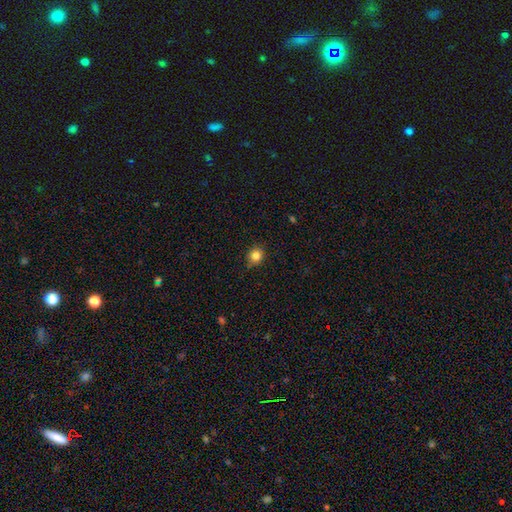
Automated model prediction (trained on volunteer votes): Smooth or featured?
  - smooth: 82% *
  - star or artifact: 11%
  - featured or disk: 6%
How rounded?
  - round: 79% *
  - in between: 20%
  - cigar-shaped: 1%
Merging?
  - none: 84% *
  - minor disturbance: 13%
  - major disturbance: 2%
  - merger: 1%